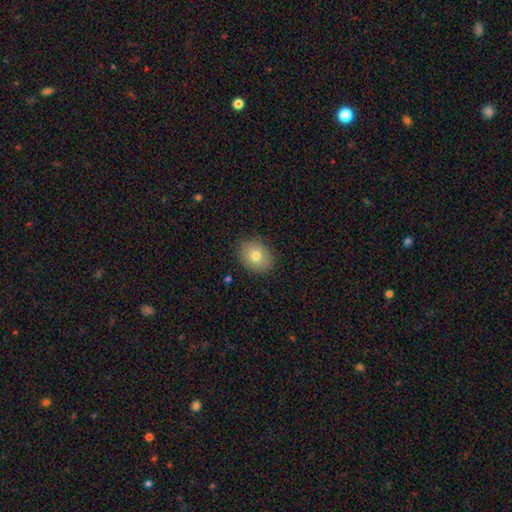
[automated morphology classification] Smooth or featured? smooth (78%)
How rounded? in between (57%)
Merging? none (87%)